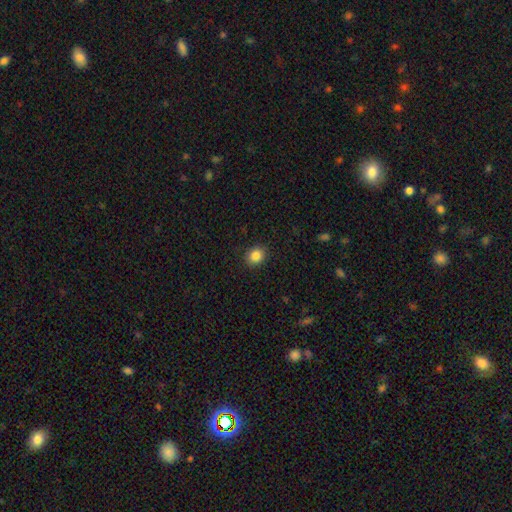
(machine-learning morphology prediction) The model was most divided on "how rounded": round: 65%, in between: 35%, cigar-shaped: 1%. More confident: merging — none (90%); smooth or featured — smooth (86%).